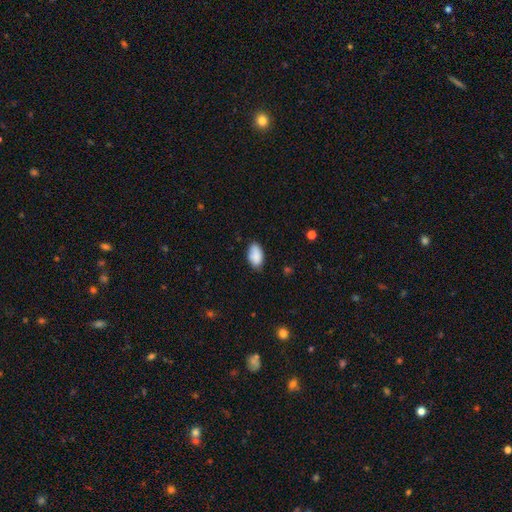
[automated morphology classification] This is clearly a smooth galaxy (87%). How rounded: clearly in between (94%). Merging: likely none (76%).